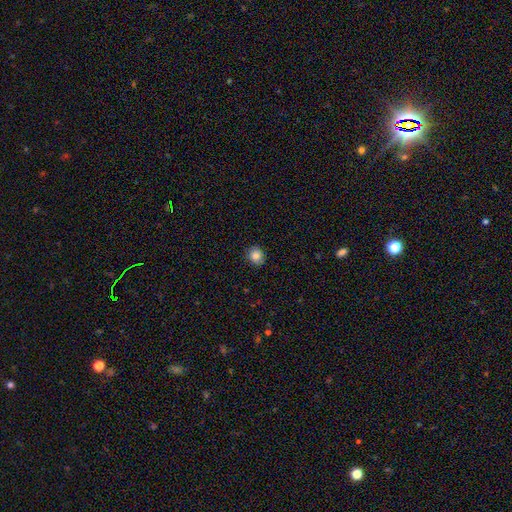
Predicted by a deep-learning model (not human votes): Morphology: type=smooth (84%); roundness=round (80%); merging=none (89%).